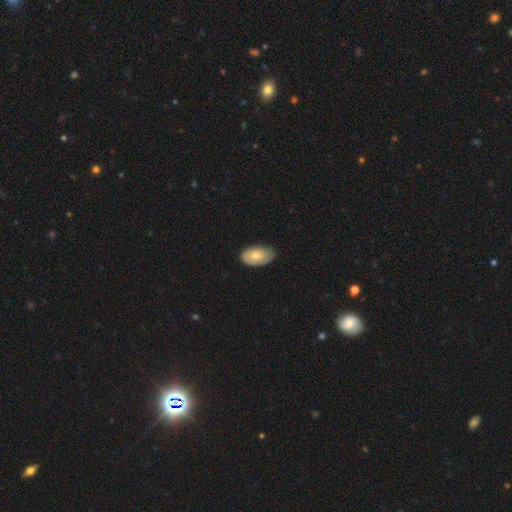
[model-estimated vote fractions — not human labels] smooth-or-featured: smooth: 68% | featured or disk: 26% | star or artifact: 6%
  how-rounded: in between: 94% | round: 5% | cigar-shaped: 2%
  merging: none: 73% | minor disturbance: 22% | major disturbance: 3% | merger: 1%